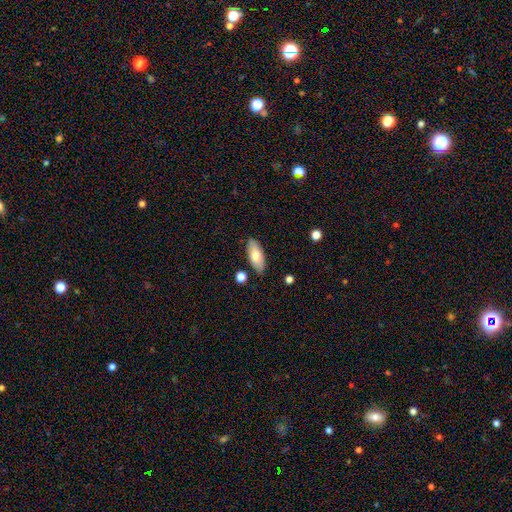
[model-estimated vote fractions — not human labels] A smooth galaxy with no disk features (75%) that is in between round and cigar-shaped (83%).

Vote fractions:
- Smooth or featured? smooth: 75% / featured or disk: 18% / star or artifact: 6%
- How rounded? in between: 83% / cigar-shaped: 15% / round: 2%
- Merging? none: 85% / minor disturbance: 11% / merger: 3% / major disturbance: 2%